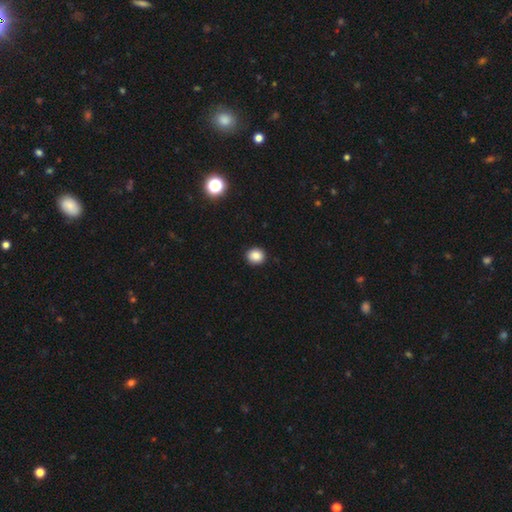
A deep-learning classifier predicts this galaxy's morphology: smooth-or-featured: smooth: 85% | star or artifact: 11% | featured or disk: 4%
  how-rounded: round: 84% | in between: 15% | cigar-shaped: 1%
  merging: none: 92% | minor disturbance: 5% | major disturbance: 2% | merger: 1%